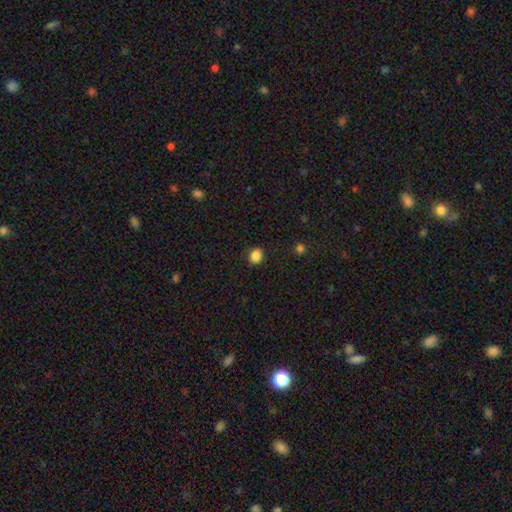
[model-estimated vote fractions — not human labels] Morphology: type=smooth (86%); roundness=in between (52%); merging=none (84%).